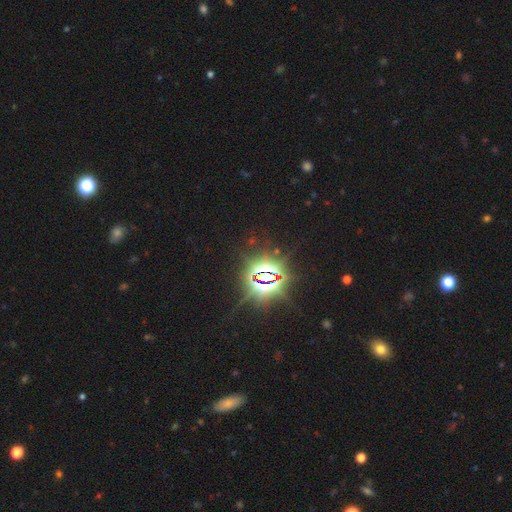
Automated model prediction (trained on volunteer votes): Morphology: type=star or artifact (85%).